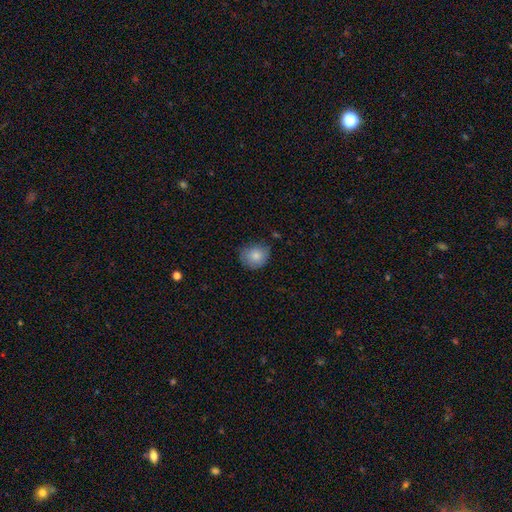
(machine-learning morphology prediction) Smooth or featured? smooth (83%)
How rounded? round (77%)
Merging? none (69%)